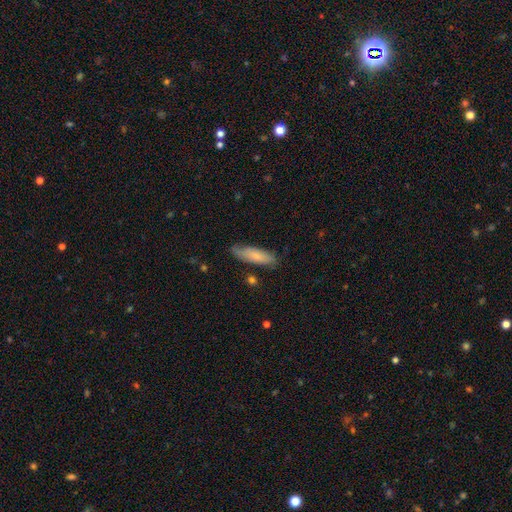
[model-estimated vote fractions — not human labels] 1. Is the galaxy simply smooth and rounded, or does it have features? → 69% smooth, 26% featured or disk, 6% star or artifact.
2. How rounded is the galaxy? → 50% in between, 48% cigar-shaped, 2% round.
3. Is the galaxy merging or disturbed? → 71% none, 22% minor disturbance, 4% major disturbance, 3% merger.